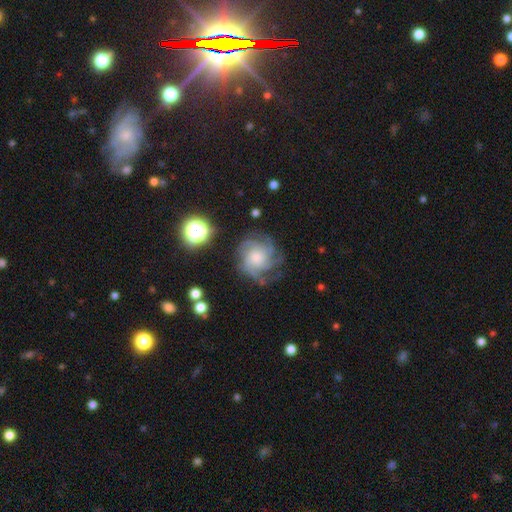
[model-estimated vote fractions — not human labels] This is likely a featured or disk galaxy (77%). It is clearly not viewed edge-on (98%). Bar: likely no (76%). Spiral arm pattern: clearly yes (96%). Spiral arm count: marginally can't tell (29%). Spiral winding: possibly tight (58%). Central bulge: marginally moderate (43%). Merging: likely none (72%).